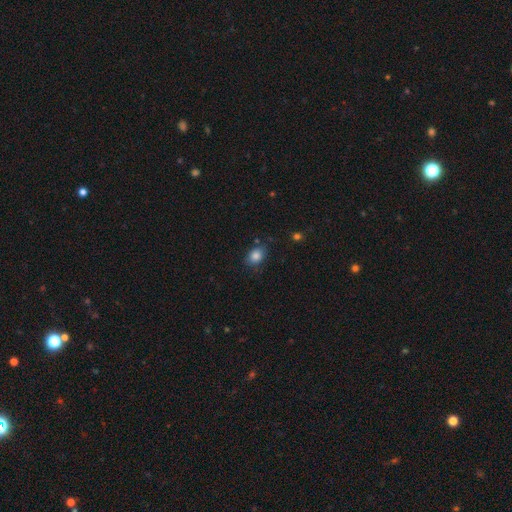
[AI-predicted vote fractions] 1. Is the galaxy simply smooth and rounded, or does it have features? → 84% smooth, 10% star or artifact, 6% featured or disk.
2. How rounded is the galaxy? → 63% in between, 36% round, 1% cigar-shaped.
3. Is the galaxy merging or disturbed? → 78% none, 16% minor disturbance, 4% major disturbance, 3% merger.